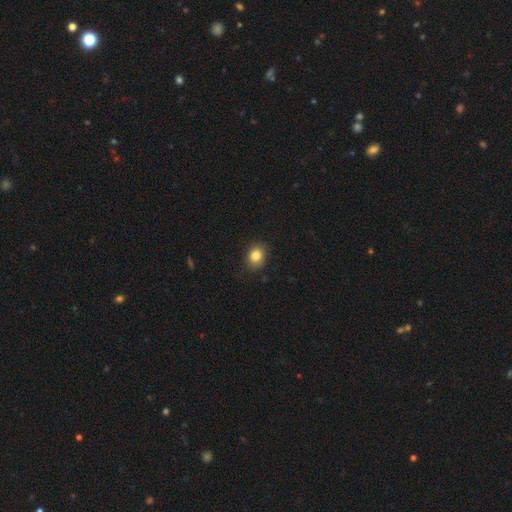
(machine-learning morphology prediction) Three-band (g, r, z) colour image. It shows a smooth galaxy with no disk features (83%) that is round (55%). Merging: none (85%).